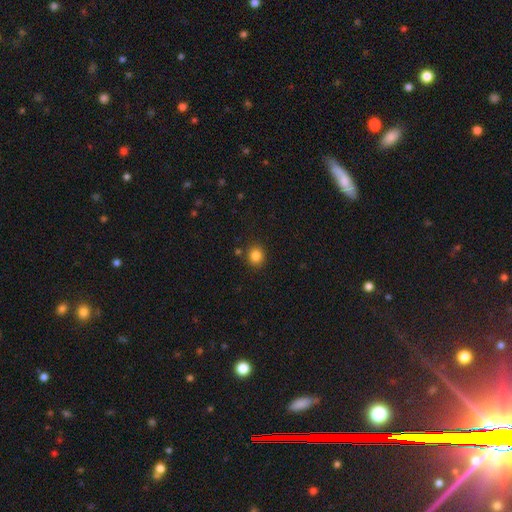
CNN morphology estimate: type=smooth (84%); roundness=round (81%); merging=none (85%).